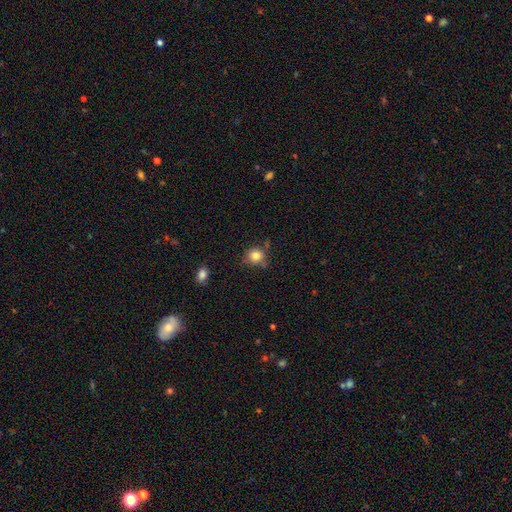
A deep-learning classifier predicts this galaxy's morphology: Smooth or featured: smooth — 82% (star or artifact — 11%)
How rounded: round — 82% (in between — 17%)
Merging: none — 67% (minor disturbance — 21%)